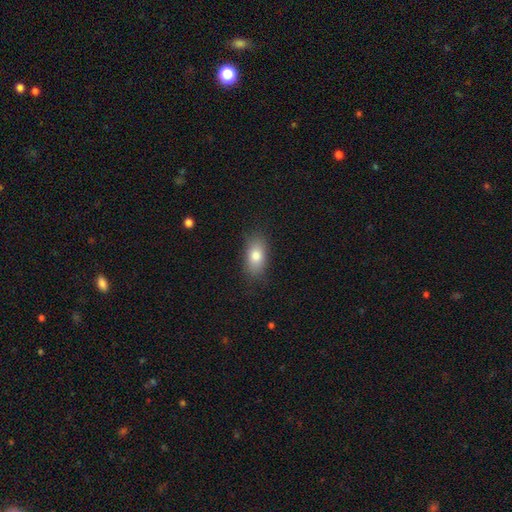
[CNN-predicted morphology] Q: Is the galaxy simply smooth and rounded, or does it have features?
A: smooth — 81%.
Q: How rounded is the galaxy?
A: in between — 87%.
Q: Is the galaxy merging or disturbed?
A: none — 82%.